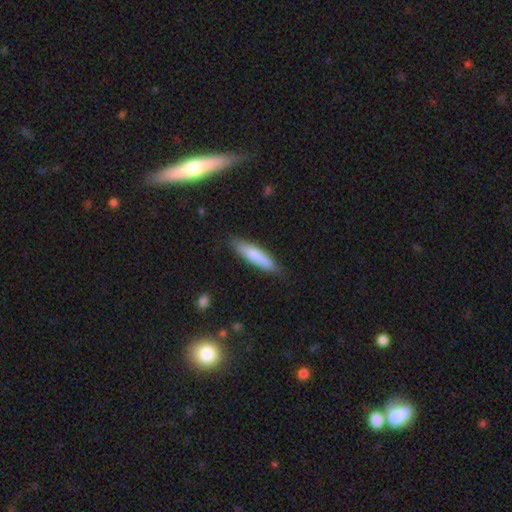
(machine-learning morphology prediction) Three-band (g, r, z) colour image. It shows a smooth galaxy with no disk features (76%) that is cigar-shaped (79%). Merging: none (82%).